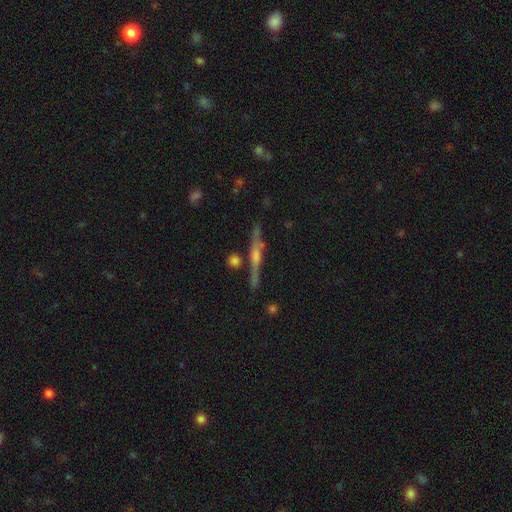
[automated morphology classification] Smooth or featured?
  - featured or disk: 72% *
  - smooth: 19%
  - star or artifact: 9%
Edge-on disk?
  - yes: 96% *
  - no: 4%
Edge-on bulge?
  - rounded: 64% *
  - none: 18%
  - boxy: 18%
Merging?
  - none: 79% *
  - minor disturbance: 12%
  - merger: 5%
  - major disturbance: 3%